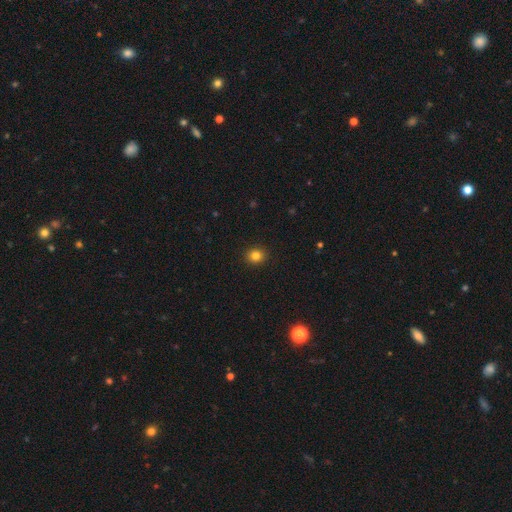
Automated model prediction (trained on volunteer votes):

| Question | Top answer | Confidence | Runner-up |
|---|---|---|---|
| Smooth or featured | smooth | 82% | star or artifact (12%) |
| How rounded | round | 81% | in between (18%) |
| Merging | none | 92% | minor disturbance (5%) |